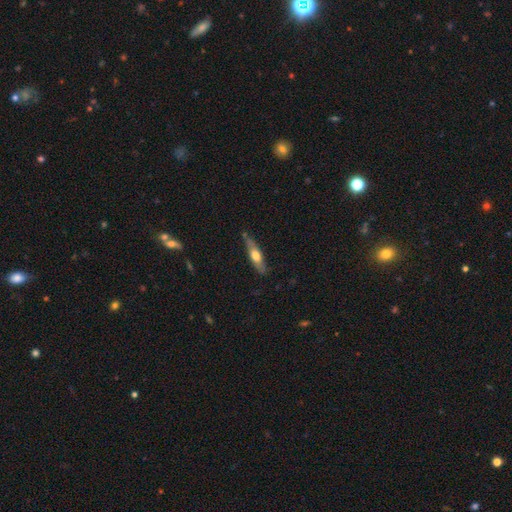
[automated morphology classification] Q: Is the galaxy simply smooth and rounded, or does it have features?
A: smooth — 50%.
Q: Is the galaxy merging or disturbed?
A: none — 71%.